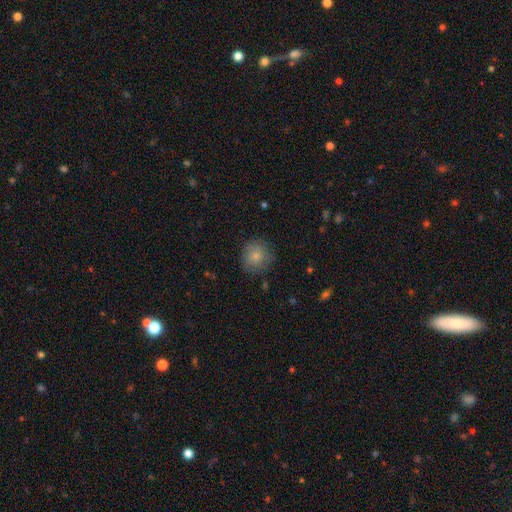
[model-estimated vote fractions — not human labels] smooth_or_featured: smooth (p=0.81) [alt: featured or disk p=0.10]
how_rounded: round (p=0.90) [alt: in between p=0.09]
merging: none (p=0.81) [alt: minor disturbance p=0.14]